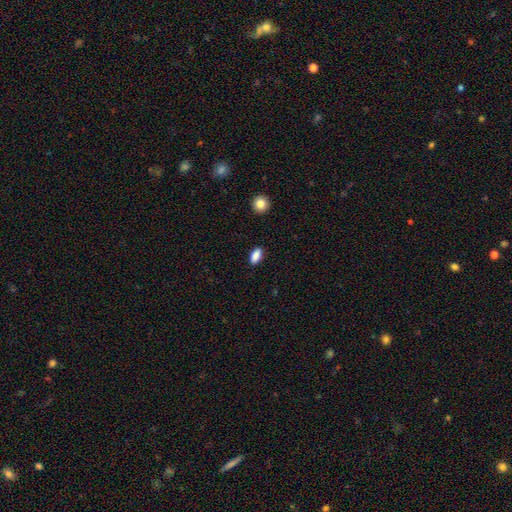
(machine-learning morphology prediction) A smooth galaxy with no disk features (87%) that is in between round and cigar-shaped (88%).

Vote fractions:
- Smooth or featured? smooth: 87% / star or artifact: 8% / featured or disk: 4%
- How rounded? in between: 88% / cigar-shaped: 7% / round: 5%
- Merging? none: 88% / minor disturbance: 8% / major disturbance: 2% / merger: 1%